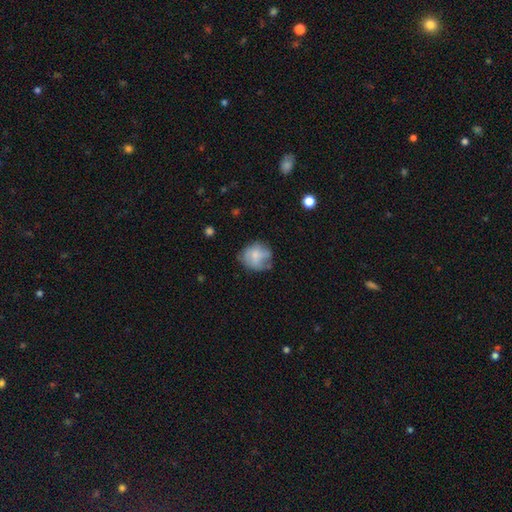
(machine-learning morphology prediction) The model was most divided on "merging": none: 53%, minor disturbance: 29%, major disturbance: 16%, merger: 3%. More confident: how rounded — round (74%); smooth or featured — smooth (63%).